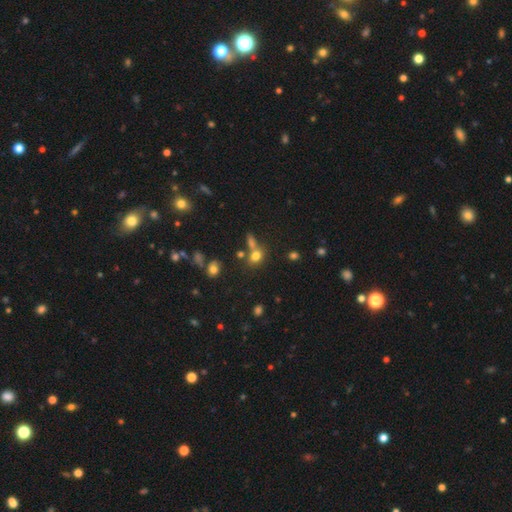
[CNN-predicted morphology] smooth-or-featured: smooth: 74% | star or artifact: 16% | featured or disk: 10%
  how-rounded: round: 51% | in between: 46% | cigar-shaped: 2%
  merging: none: 52% | merger: 30% | minor disturbance: 12% | major disturbance: 6%